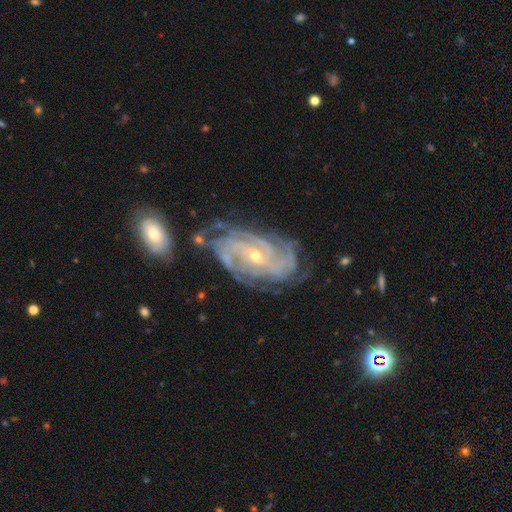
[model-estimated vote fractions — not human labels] smooth-or-featured: featured or disk: 90% | star or artifact: 5% | smooth: 4%
  disk-edge-on: no: 96% | yes: 4%
    bar: no: 55% | weak: 33% | strong: 12%
    has-spiral-arms: yes: 97% | no: 3%
      spiral-winding: tight: 71% | medium: 25% | loose: 5%
      spiral-arm-count: 4: 27% | can't tell: 25% | 3: 18% | more than 4: 13% | 2: 12% | 1: 6%
    bulge-size: small: 69% | moderate: 28% | large: 1% | none: 1% | dominant: 1%
  merging: none: 61% | minor disturbance: 22% | major disturbance: 11% | merger: 6%